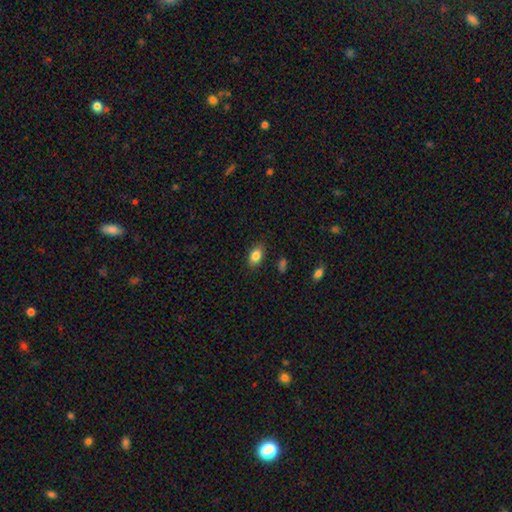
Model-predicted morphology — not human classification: smooth-or-featured: smooth: 84% | star or artifact: 8% | featured or disk: 8%
  how-rounded: in between: 86% | round: 12% | cigar-shaped: 2%
  merging: none: 86% | minor disturbance: 10% | major disturbance: 2% | merger: 1%